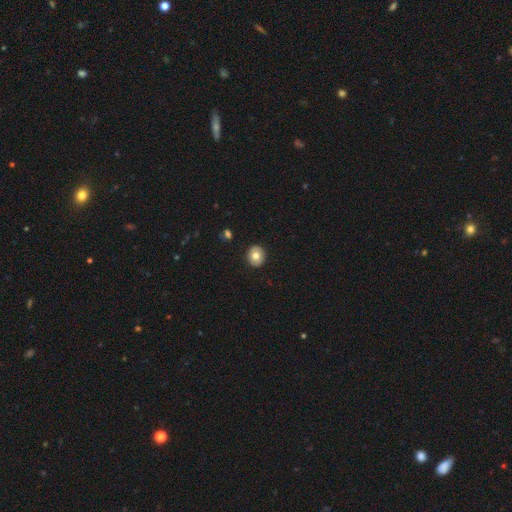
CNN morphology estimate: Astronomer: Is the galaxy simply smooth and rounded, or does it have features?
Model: smooth — 75%.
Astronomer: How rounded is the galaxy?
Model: round — 80%.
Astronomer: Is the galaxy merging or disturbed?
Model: none — 91%.